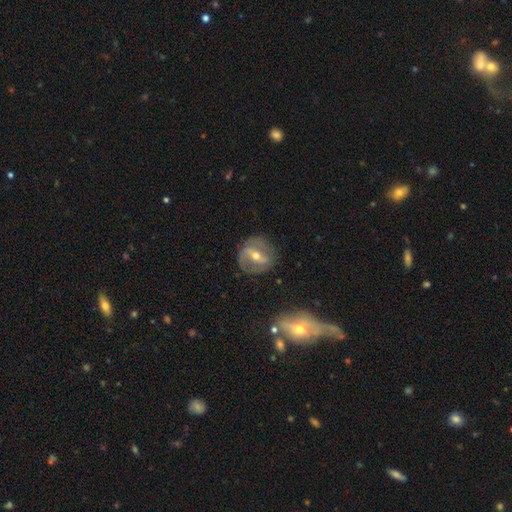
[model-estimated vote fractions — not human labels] A featured or disk galaxy (76%) with a strong bar (49%), 2 (75%) medium (41%) spiral arms (78%) and a moderate central bulge (59%). Merging: none (77%).